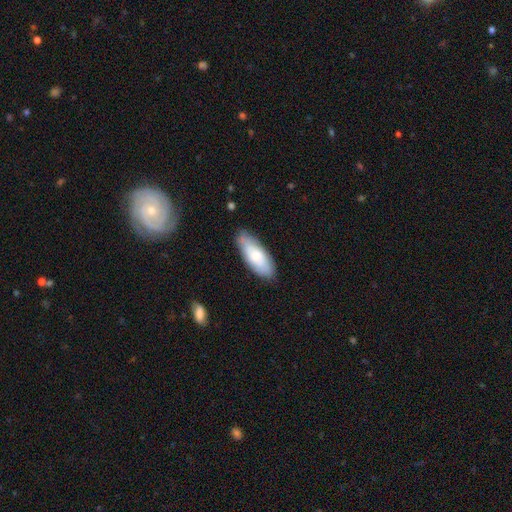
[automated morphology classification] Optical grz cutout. It shows a smooth galaxy with no disk features (65%) that is in between round and cigar-shaped (74%). Merging: none (78%).